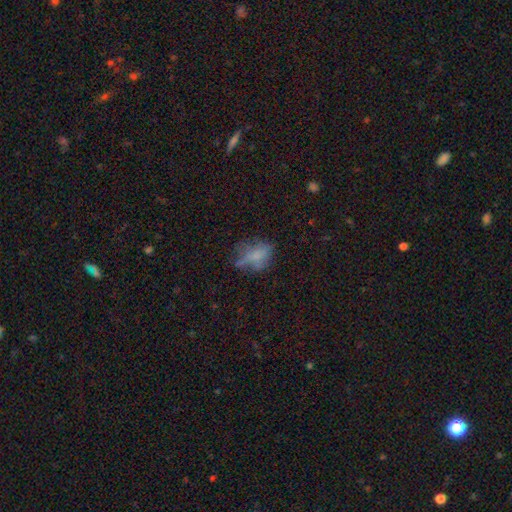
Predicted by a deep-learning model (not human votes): A smooth galaxy with no disk features (54%) that is in between round and cigar-shaped (71%). Merging: none (48%).